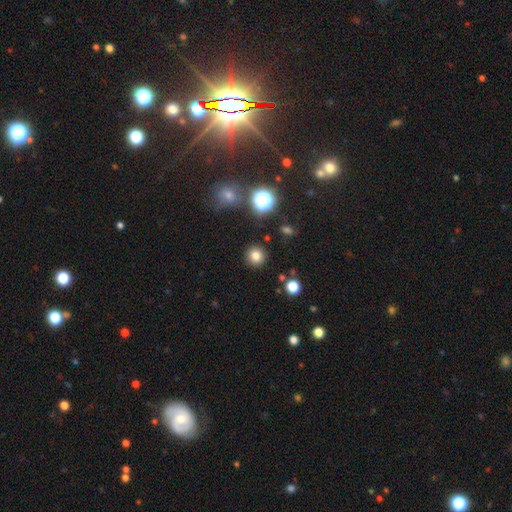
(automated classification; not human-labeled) This appears to be a smooth galaxy with no disk features (80%) that is round (93%). Merging: none (90%).